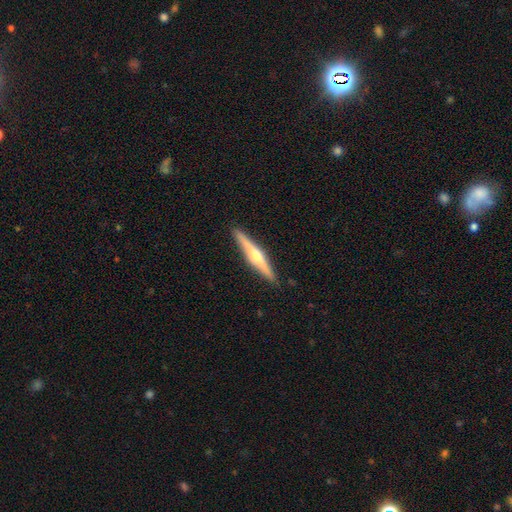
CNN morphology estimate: smooth-or-featured: featured or disk: 72% | smooth: 24% | star or artifact: 5%
  disk-edge-on: yes: 98% | no: 2%
    edge-on-bulge: rounded: 91% | none: 5% | boxy: 4%
  merging: none: 91% | minor disturbance: 6% | major disturbance: 1% | merger: 1%